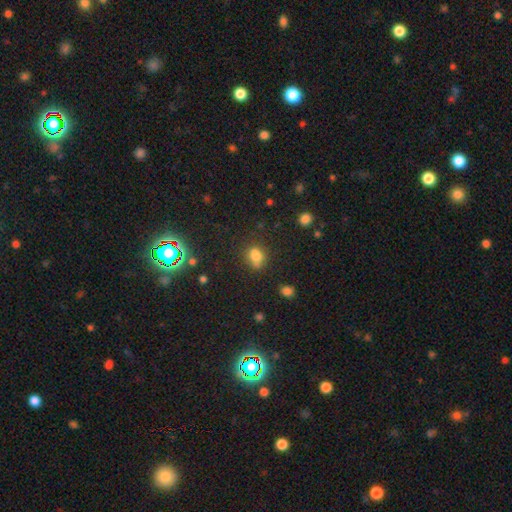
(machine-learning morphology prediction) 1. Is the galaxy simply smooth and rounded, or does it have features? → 75% smooth, 16% star or artifact, 9% featured or disk.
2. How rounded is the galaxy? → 59% in between, 39% round, 2% cigar-shaped.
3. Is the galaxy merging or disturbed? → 56% none, 23% minor disturbance, 13% merger, 9% major disturbance.